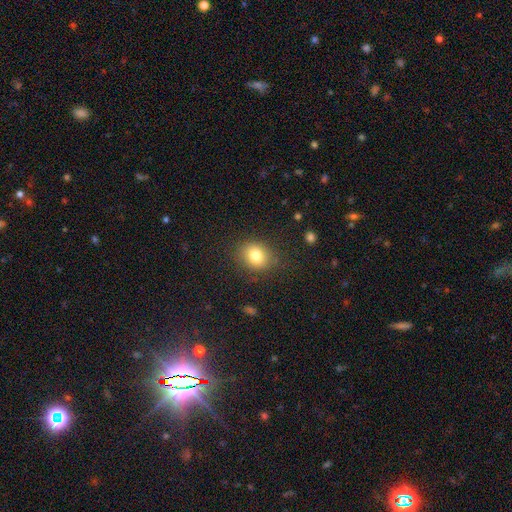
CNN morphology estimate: Overall: smooth (79%). How rounded: round (59%; in between 40%). Merging: none (82%).